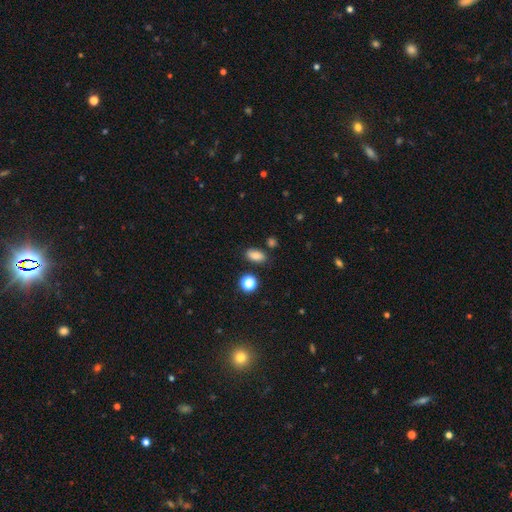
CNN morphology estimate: The model was most divided on "merging": none: 80%, minor disturbance: 13%, merger: 4%, major disturbance: 3%. More confident: how rounded — in between (85%); smooth or featured — smooth (83%).